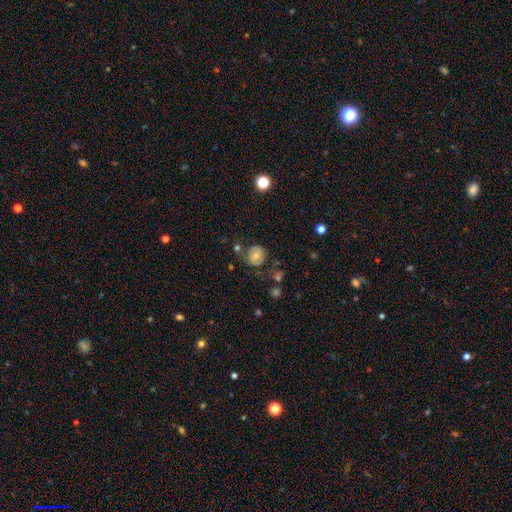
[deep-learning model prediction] smooth_or_featured: smooth (p=0.51) [alt: featured or disk p=0.39]
how_rounded: round (p=0.82) [alt: in between p=0.17]
merging: none (p=0.66) [alt: minor disturbance p=0.20]